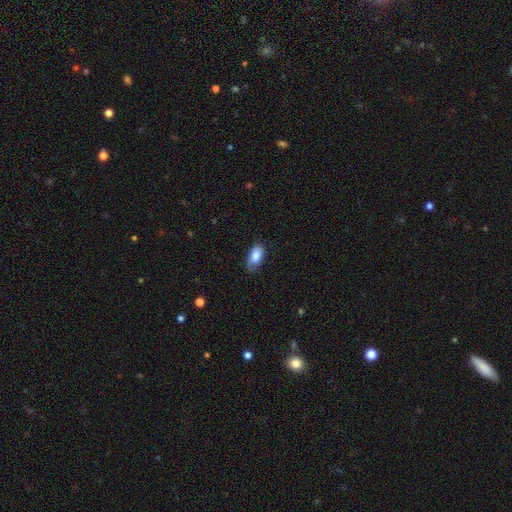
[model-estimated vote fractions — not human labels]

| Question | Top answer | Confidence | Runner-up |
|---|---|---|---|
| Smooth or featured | smooth | 84% | featured or disk (9%) |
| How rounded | in between | 92% | round (4%) |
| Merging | none | 69% | minor disturbance (25%) |